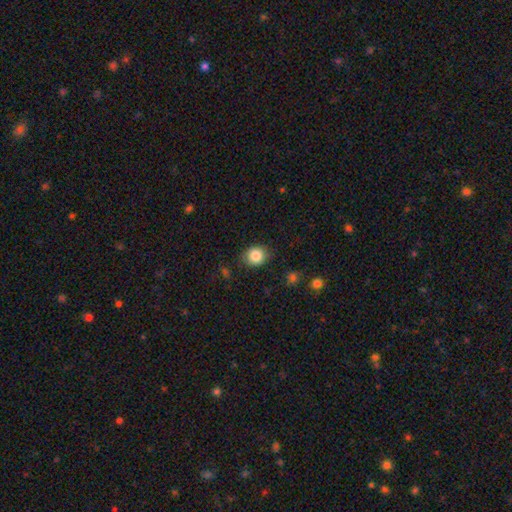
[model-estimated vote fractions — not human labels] A smooth galaxy with no disk features (85%) that is round (68%).

Vote fractions:
- Smooth or featured? smooth: 85% / star or artifact: 9% / featured or disk: 6%
- How rounded? round: 68% / in between: 31% / cigar-shaped: 1%
- Merging? none: 80% / minor disturbance: 15% / major disturbance: 3% / merger: 1%